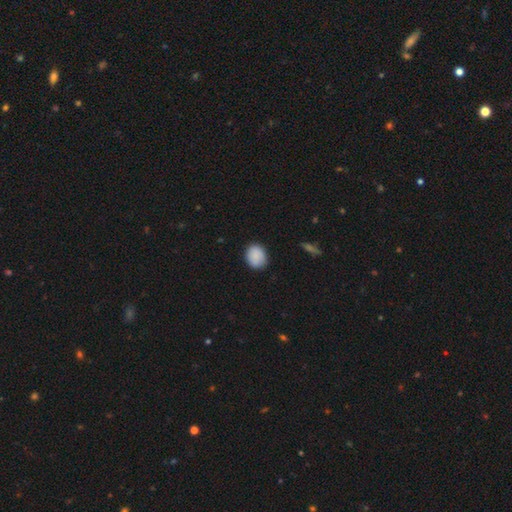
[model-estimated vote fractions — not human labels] Smooth or featured? smooth (87%)
How rounded? round (55%)
Merging? none (84%)